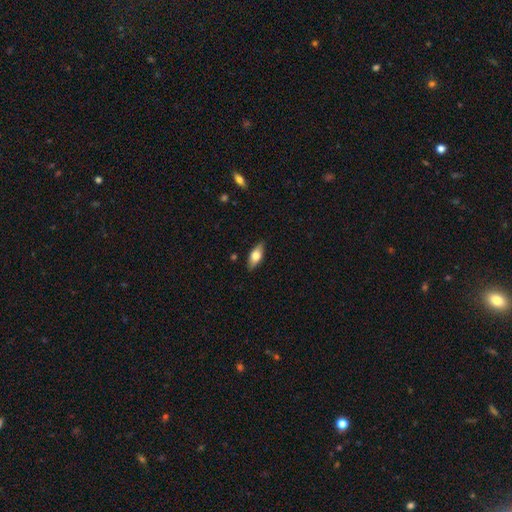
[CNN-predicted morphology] type=smooth (65%); roundness=in between (78%); merging=none (87%).